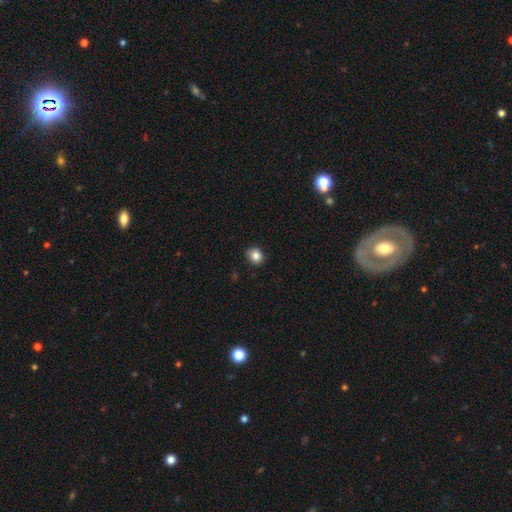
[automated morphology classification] Smooth or featured: smooth — 85% (star or artifact — 10%)
How rounded: round — 66% (in between — 33%)
Merging: none — 85% (minor disturbance — 12%)